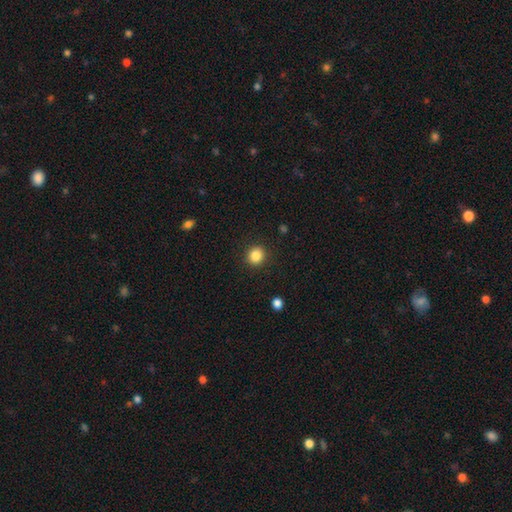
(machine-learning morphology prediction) smooth_or_featured: smooth (p=0.85) [alt: star or artifact p=0.11]
how_rounded: round (p=0.89) [alt: in between p=0.10]
merging: none (p=0.91) [alt: minor disturbance p=0.06]